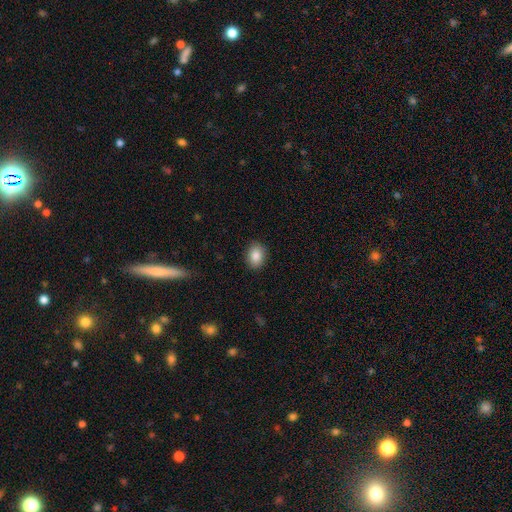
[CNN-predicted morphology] This is clearly a smooth galaxy (87%). How rounded: likely in between (74%). Merging: clearly none (89%).